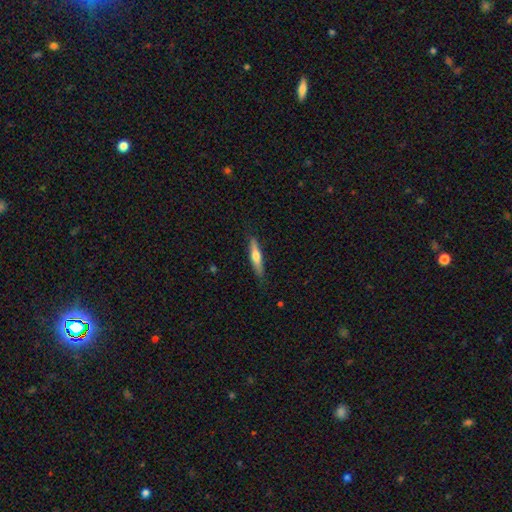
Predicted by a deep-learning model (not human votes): This is possibly a smooth galaxy (51%). How rounded: clearly cigar-shaped (85%). Merging: clearly none (84%).